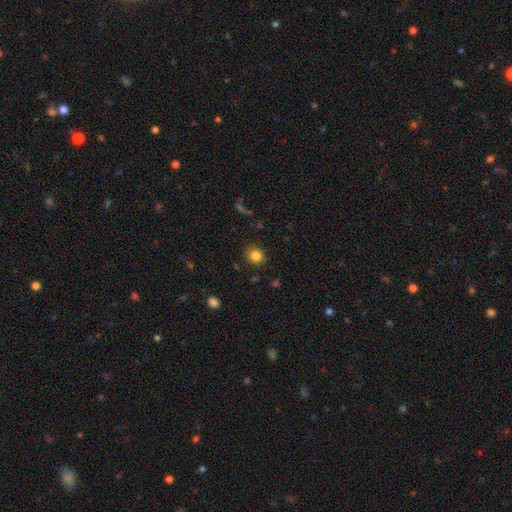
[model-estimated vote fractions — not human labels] This is clearly a smooth galaxy (83%). How rounded: clearly round (84%). Merging: clearly none (86%).